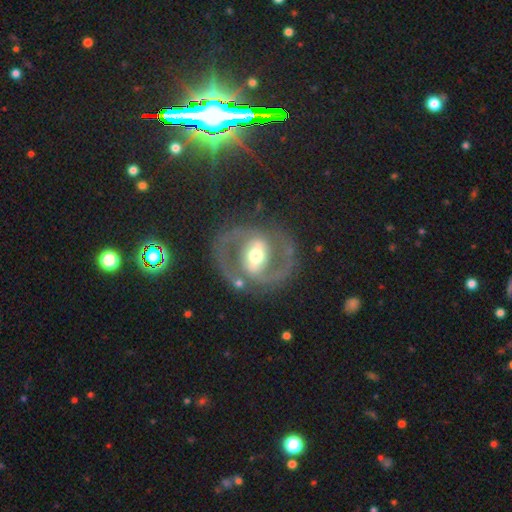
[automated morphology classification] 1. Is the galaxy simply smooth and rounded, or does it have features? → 83% featured or disk, 12% smooth, 6% star or artifact.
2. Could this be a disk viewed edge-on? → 96% no, 4% yes.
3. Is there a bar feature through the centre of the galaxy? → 50% strong, 31% weak, 19% no.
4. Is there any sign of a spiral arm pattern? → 78% yes, 22% no.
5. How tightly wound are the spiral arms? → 52% medium, 26% tight, 21% loose.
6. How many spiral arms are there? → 89% 2, 5% can't tell, 3% 1, 2% 3, 1% 4, 1% more than 4.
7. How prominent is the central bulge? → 66% moderate, 16% large, 15% small, 2% dominant, 1% none.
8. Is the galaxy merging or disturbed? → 76% none, 12% minor disturbance, 10% major disturbance, 3% merger.